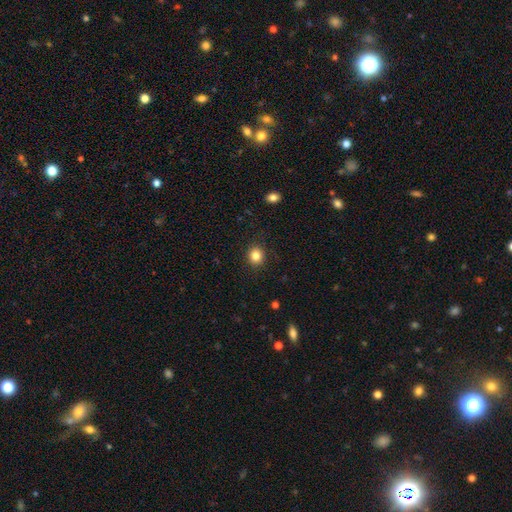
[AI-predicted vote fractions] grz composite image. It shows a smooth galaxy with no disk features (84%) that is round (80%). Merging: none (89%).